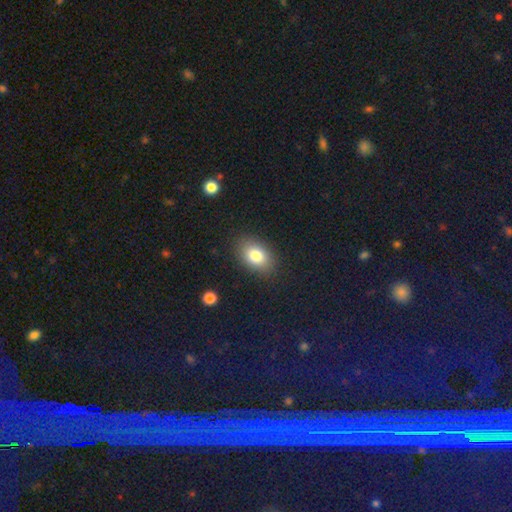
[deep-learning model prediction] Overall: smooth (81%). How rounded: in between (84%). Merging: none (87%).